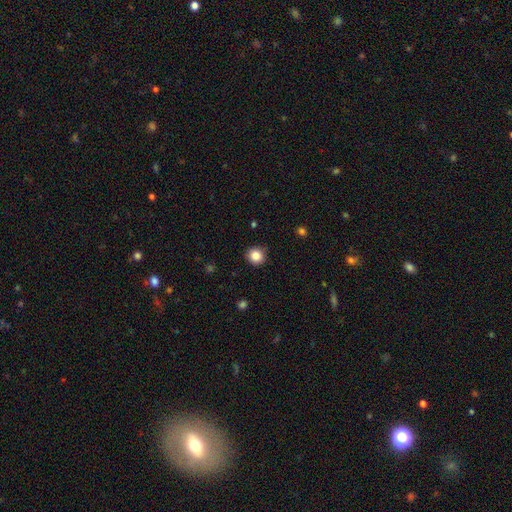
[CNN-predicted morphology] smooth-or-featured: smooth: 85% | star or artifact: 10% | featured or disk: 5%
  how-rounded: round: 92% | in between: 7% | cigar-shaped: 1%
  merging: none: 90% | minor disturbance: 7% | major disturbance: 2% | merger: 1%